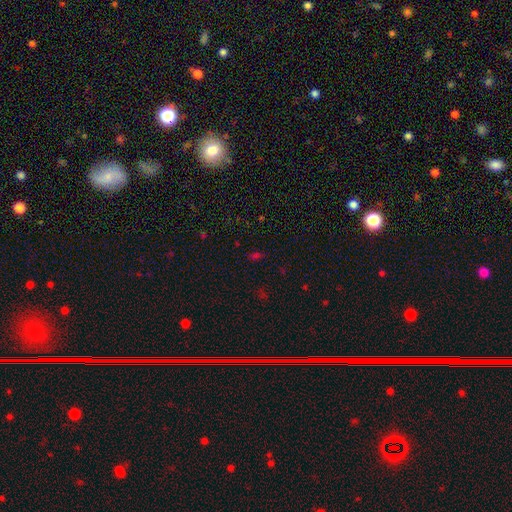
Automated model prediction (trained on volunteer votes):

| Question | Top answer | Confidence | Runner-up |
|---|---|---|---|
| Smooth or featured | star or artifact | 47% | smooth (45%) |